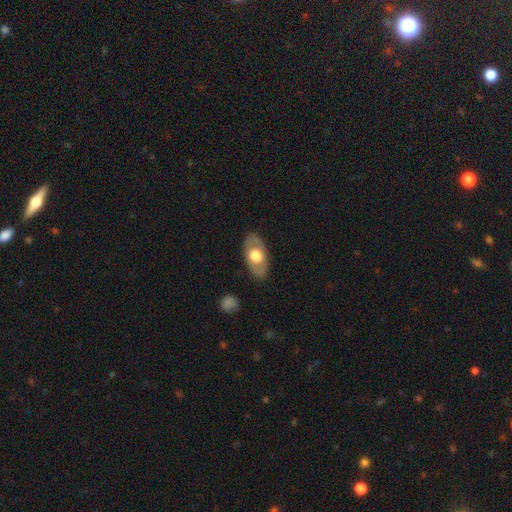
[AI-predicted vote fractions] Smooth or featured? Predicted: smooth (p=0.52). How rounded? Predicted: in between (p=0.90). Merging? Predicted: none (p=0.84).